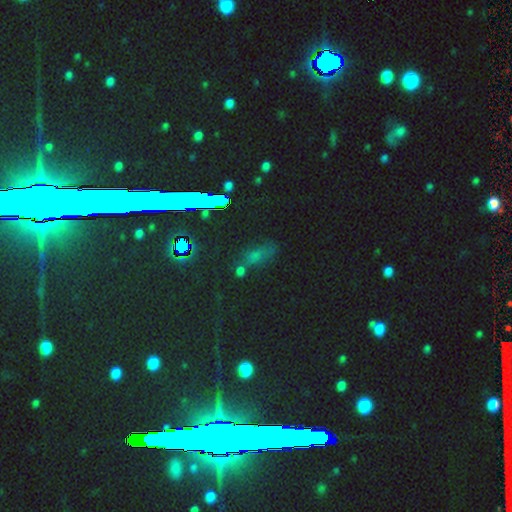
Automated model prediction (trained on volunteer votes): This appears to be a star or artifact, not a galaxy (53%).